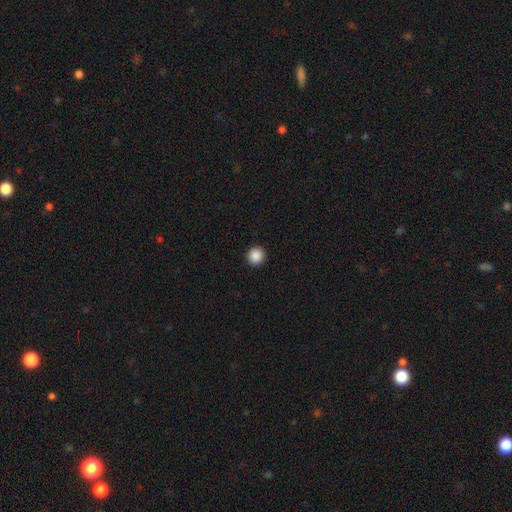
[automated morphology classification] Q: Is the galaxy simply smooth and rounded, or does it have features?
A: smooth — 88%.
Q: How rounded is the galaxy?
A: round — 95%.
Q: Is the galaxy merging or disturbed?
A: none — 93%.